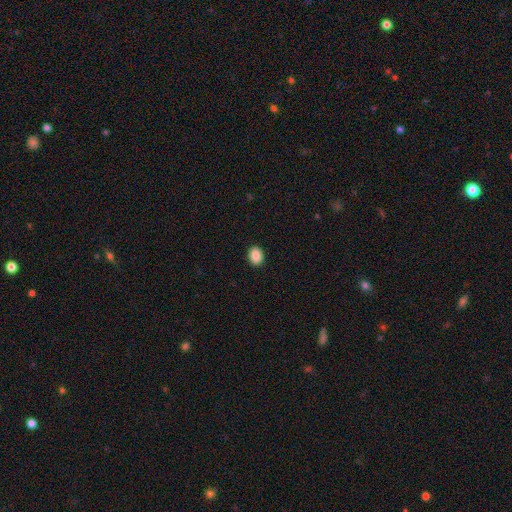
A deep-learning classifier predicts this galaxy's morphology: Smooth or featured? smooth (88%)
How rounded? in between (61%)
Merging? none (91%)